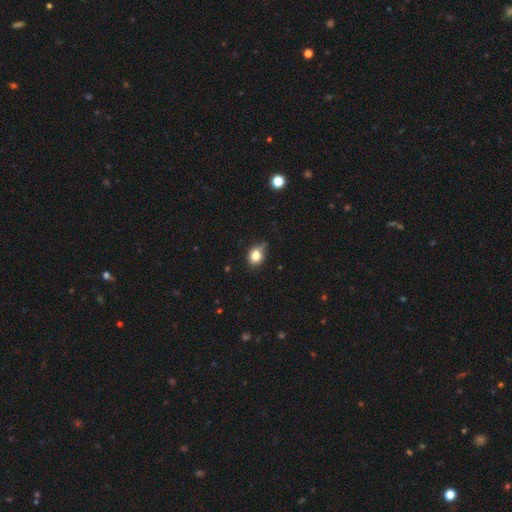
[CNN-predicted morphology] smooth 79%, star or artifact 11%, featured or disk 10%. Down the decision tree: how rounded — round (55%); merging — none (51%).